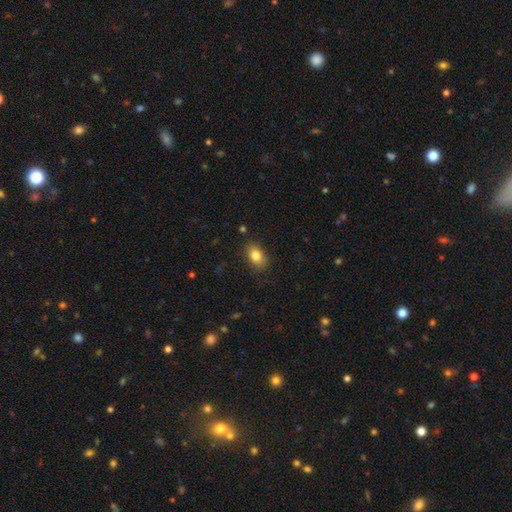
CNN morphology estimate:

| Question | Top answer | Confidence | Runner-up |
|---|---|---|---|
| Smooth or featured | smooth | 83% | star or artifact (9%) |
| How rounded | in between | 83% | round (16%) |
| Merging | none | 83% | minor disturbance (13%) |